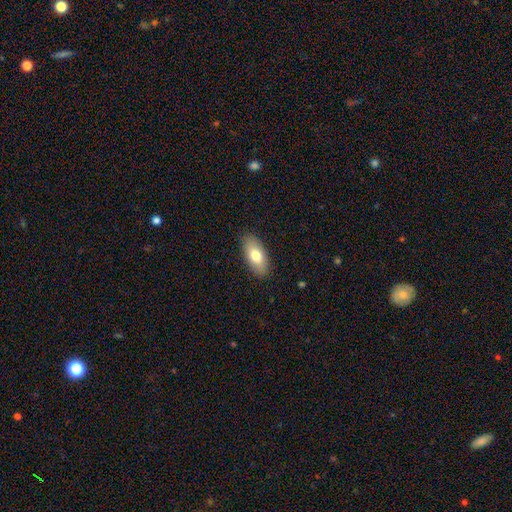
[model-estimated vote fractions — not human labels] smooth_or_featured: smooth (p=0.75) [alt: featured or disk p=0.18]
how_rounded: in between (p=0.88) [alt: cigar-shaped p=0.09]
merging: none (p=0.87) [alt: minor disturbance p=0.10]